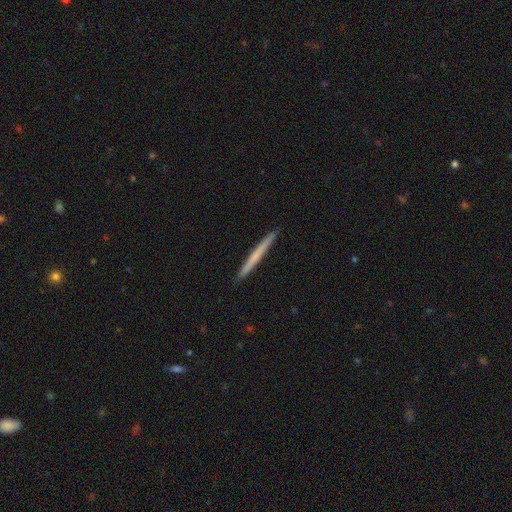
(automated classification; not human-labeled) The model was most divided on "smooth or featured": smooth: 60%, featured or disk: 35%, star or artifact: 5%. More confident: how rounded — cigar-shaped (97%); merging — none (92%).